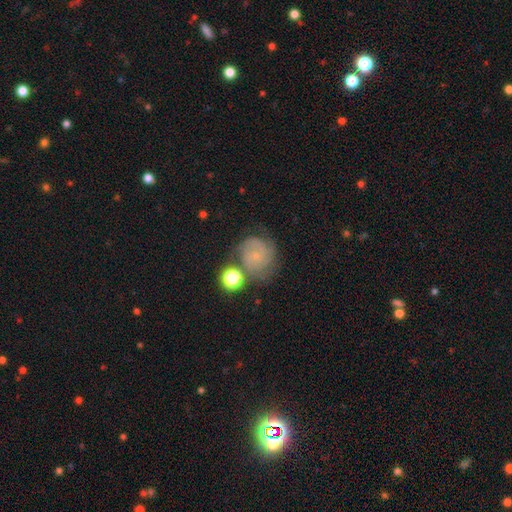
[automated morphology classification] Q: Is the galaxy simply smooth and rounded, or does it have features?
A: featured or disk — 59%.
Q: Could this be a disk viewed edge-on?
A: no — 98%.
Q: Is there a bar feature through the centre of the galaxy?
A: no — 77%.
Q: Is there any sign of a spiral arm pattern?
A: yes — 90%.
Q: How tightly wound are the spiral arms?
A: tight — 57%.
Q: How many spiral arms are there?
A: can't tell — 32%.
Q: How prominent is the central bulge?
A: small — 77%.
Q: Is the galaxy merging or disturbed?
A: none — 60%.